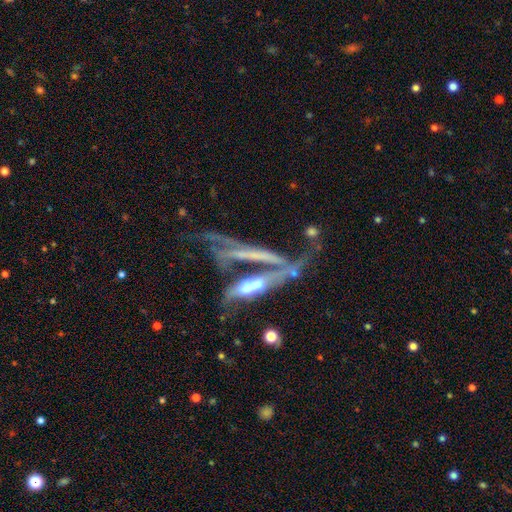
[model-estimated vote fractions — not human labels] Smooth or featured? featured or disk (73%)
Edge-on disk? no (51%)
Merging? merger (51%)